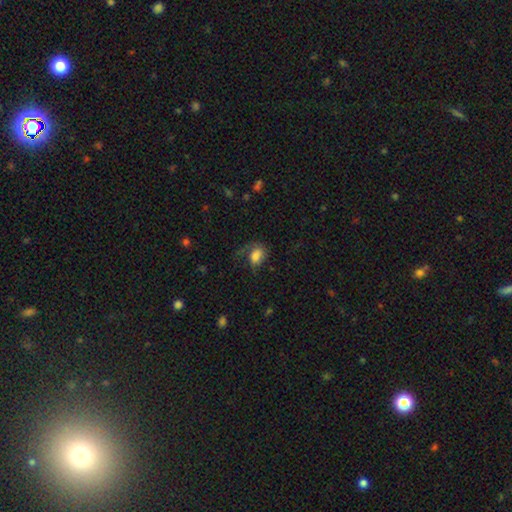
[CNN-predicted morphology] A smooth galaxy with no disk features (70%) that is in between round and cigar-shaped (79%). Merging: none (40%).